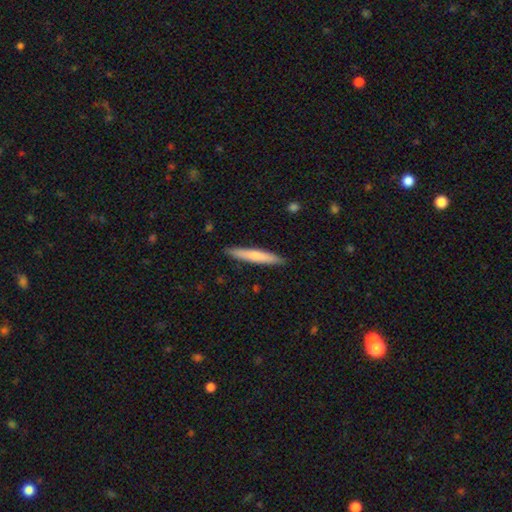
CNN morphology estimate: Smooth or featured: smooth — 69% (featured or disk — 26%)
How rounded: cigar-shaped — 94% (in between — 5%)
Merging: none — 90% (minor disturbance — 7%)